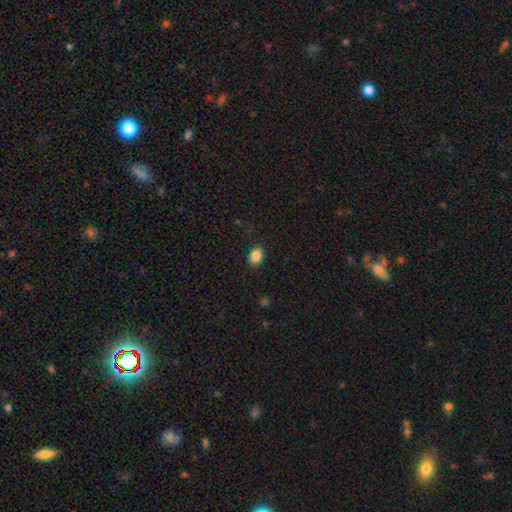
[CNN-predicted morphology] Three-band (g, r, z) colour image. It shows a smooth galaxy with no disk features (87%) that is in between round and cigar-shaped (69%). Merging: none (88%).